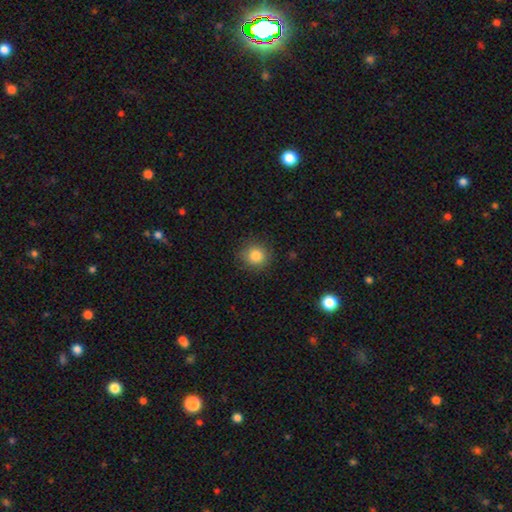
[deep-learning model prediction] A smooth galaxy with no disk features (84%) that is round (90%).

Vote fractions:
- Smooth or featured? smooth: 84% / star or artifact: 11% / featured or disk: 6%
- How rounded? round: 90% / in between: 9% / cigar-shaped: 1%
- Merging? none: 88% / minor disturbance: 8% / major disturbance: 3% / merger: 1%